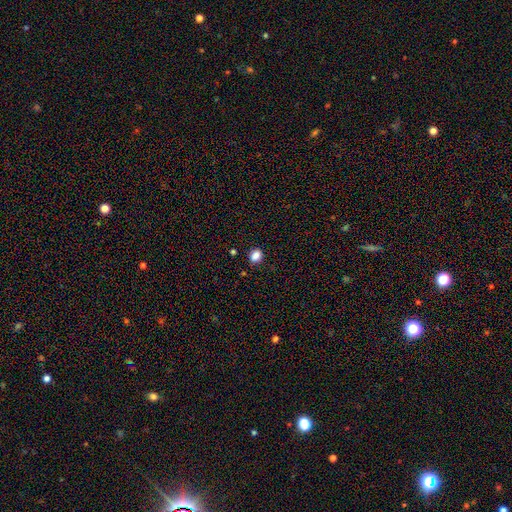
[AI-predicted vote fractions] smooth-or-featured: smooth: 85% | star or artifact: 11% | featured or disk: 4%
  how-rounded: in between: 53% | round: 46% | cigar-shaped: 1%
  merging: none: 86% | minor disturbance: 10% | major disturbance: 2% | merger: 2%